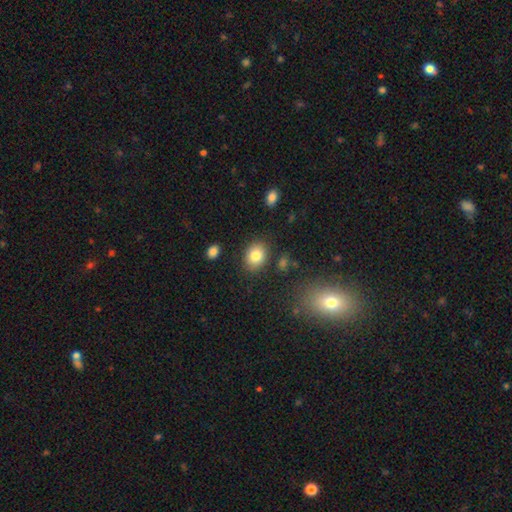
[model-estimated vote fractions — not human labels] Q: Smooth or featured?
A: smooth (83%); runner-up: star or artifact (9%)
Q: How rounded?
A: in between (62%); runner-up: round (37%)
Q: Merging?
A: none (84%); runner-up: minor disturbance (10%)